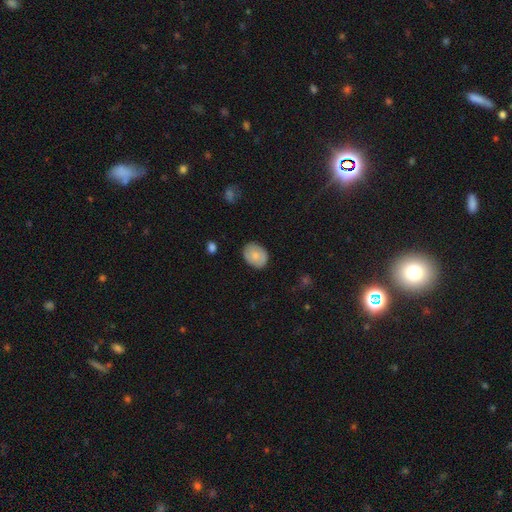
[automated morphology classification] The model was most divided on "how rounded": in between: 65%, round: 34%, cigar-shaped: 1%. More confident: merging — none (84%); smooth or featured — smooth (76%).